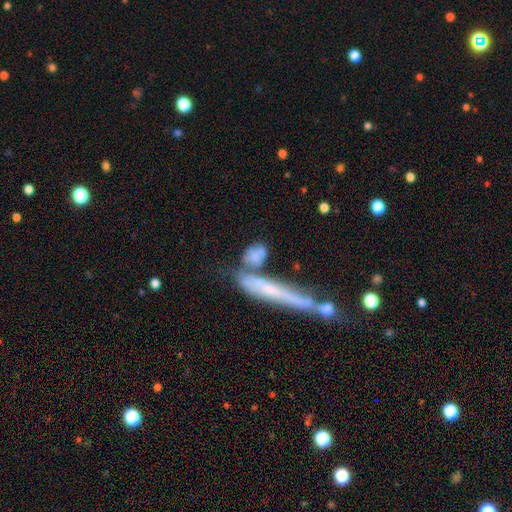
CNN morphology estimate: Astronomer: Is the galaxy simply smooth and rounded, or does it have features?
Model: smooth — 66%.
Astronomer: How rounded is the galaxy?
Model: in between — 47% (runner-up: cigar-shaped, 30%).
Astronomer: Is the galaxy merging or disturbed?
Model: none — 37%, tied with merger at 37%.